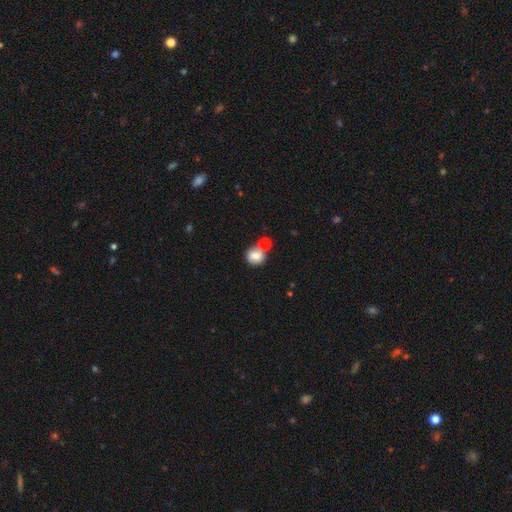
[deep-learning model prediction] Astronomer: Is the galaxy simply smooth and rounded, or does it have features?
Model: smooth — 77%.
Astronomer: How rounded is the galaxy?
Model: round — 79%.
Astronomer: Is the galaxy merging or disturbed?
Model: none — 48% (runner-up: merger, 36%).